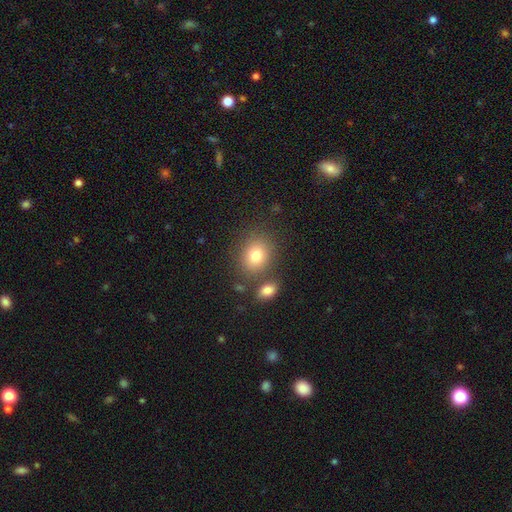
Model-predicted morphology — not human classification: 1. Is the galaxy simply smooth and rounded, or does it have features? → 79% smooth, 11% star or artifact, 10% featured or disk.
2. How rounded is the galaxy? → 57% round, 42% in between, 1% cigar-shaped.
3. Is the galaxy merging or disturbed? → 72% none, 13% merger, 11% minor disturbance, 4% major disturbance.